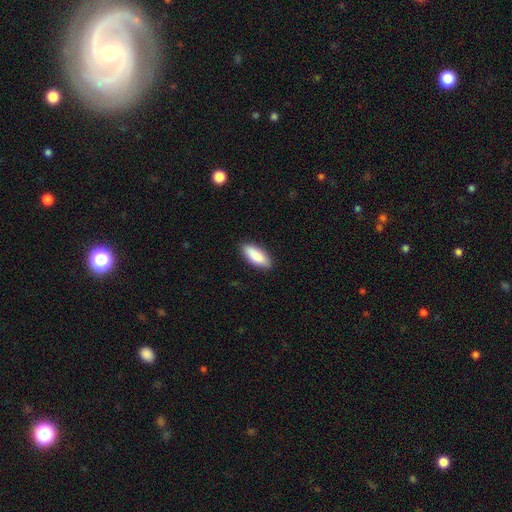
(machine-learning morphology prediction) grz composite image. It shows a smooth galaxy with no disk features (88%) that is in between round and cigar-shaped (77%). Merging: none (88%).